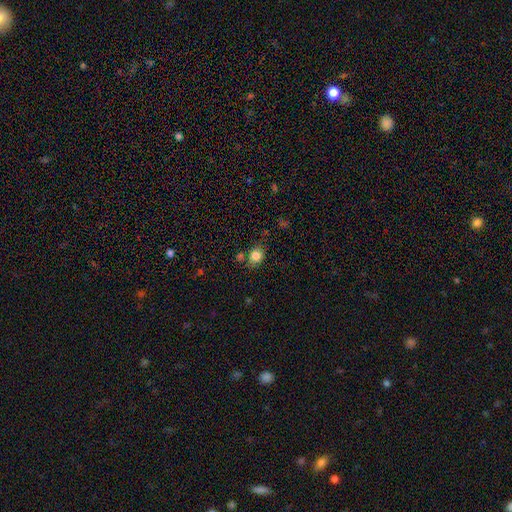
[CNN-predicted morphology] The model was most divided on "how rounded": round: 58%, in between: 41%, cigar-shaped: 1%. More confident: smooth or featured — smooth (82%); merging — none (70%).